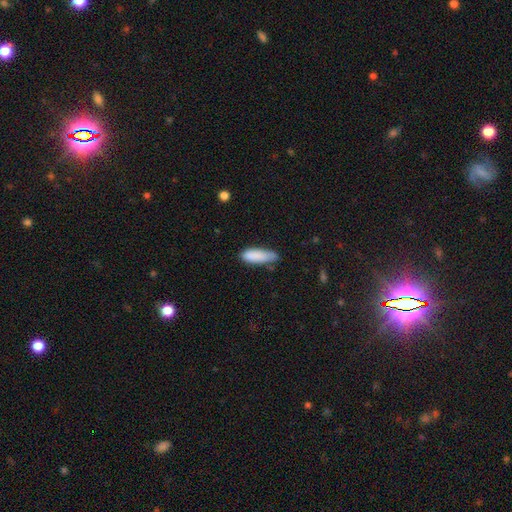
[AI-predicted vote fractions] A smooth galaxy with no disk features (86%) that is in between round and cigar-shaped (55%).

Vote fractions:
- Smooth or featured? smooth: 86% / featured or disk: 7% / star or artifact: 7%
- How rounded? in between: 55% / cigar-shaped: 43% / round: 2%
- Merging? none: 60% / minor disturbance: 31% / major disturbance: 6% / merger: 4%